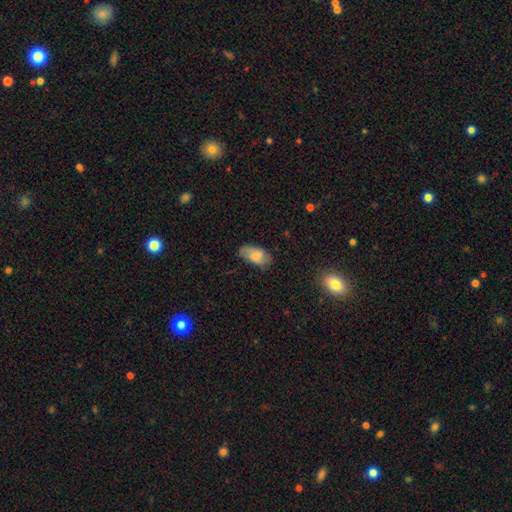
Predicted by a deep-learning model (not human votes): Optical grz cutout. It shows a smooth galaxy with no disk features (72%) that is in between round and cigar-shaped (93%). Merging: none (71%).